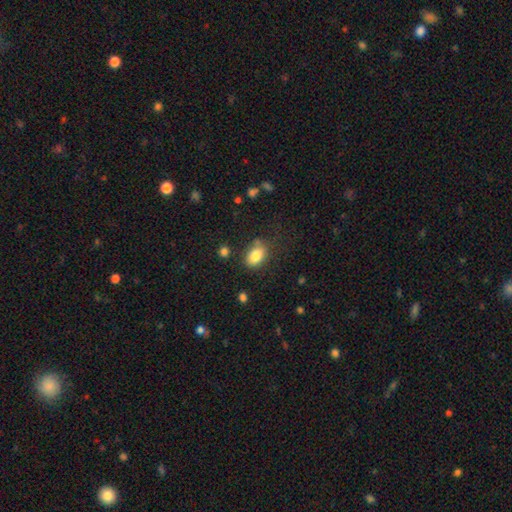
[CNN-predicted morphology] The model was most divided on "merging": none: 74%, minor disturbance: 16%, major disturbance: 5%, merger: 5%. More confident: how rounded — in between (84%); smooth or featured — smooth (83%).